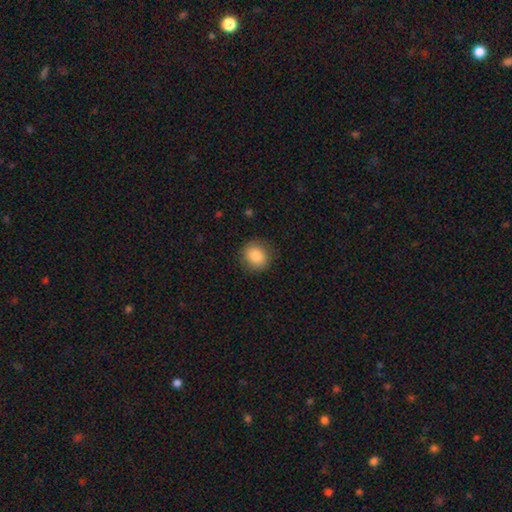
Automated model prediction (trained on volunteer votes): smooth-or-featured: smooth: 85% | star or artifact: 8% | featured or disk: 7%
  how-rounded: round: 81% | in between: 18% | cigar-shaped: 1%
  merging: none: 85% | minor disturbance: 11% | major disturbance: 3% | merger: 1%